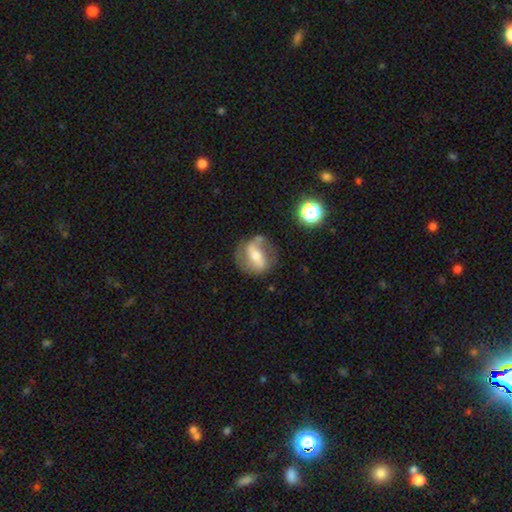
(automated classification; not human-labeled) Smooth or featured: featured or disk — 66% (smooth — 27%)
Edge-on disk: no — 92% (yes — 8%)
Bar: strong — 56% (weak — 26%)
Spiral arms: yes — 68% (no — 32%)
Bulge size: moderate — 54% (small — 37%)
Merging: none — 65% (minor disturbance — 20%)